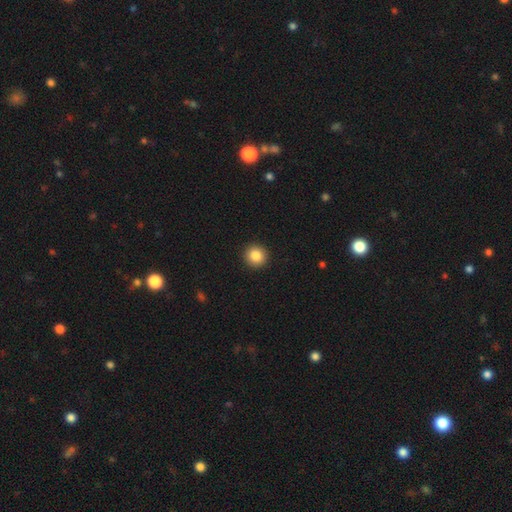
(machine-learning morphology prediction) Smooth or featured: smooth — 85% (star or artifact — 10%)
How rounded: round — 94% (in between — 5%)
Merging: none — 93% (minor disturbance — 4%)